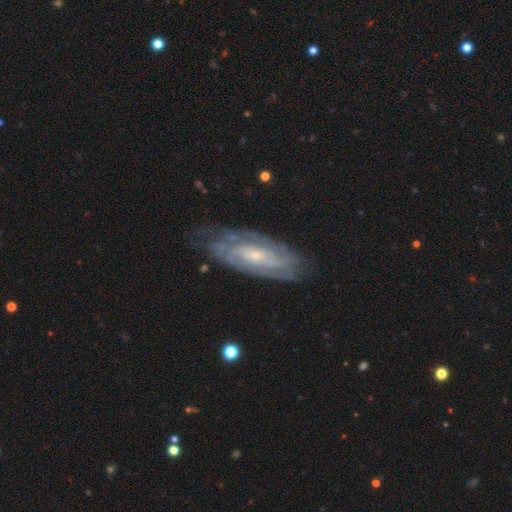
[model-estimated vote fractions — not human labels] Smooth or featured? featured or disk (84%)
Edge-on disk? no (90%)
Bar? no (56%)
Spiral arms? yes (95%)
Spiral winding? tight (70%)
Spiral arm count? can't tell (38%)
Bulge size? small (72%)
Merging? none (75%)